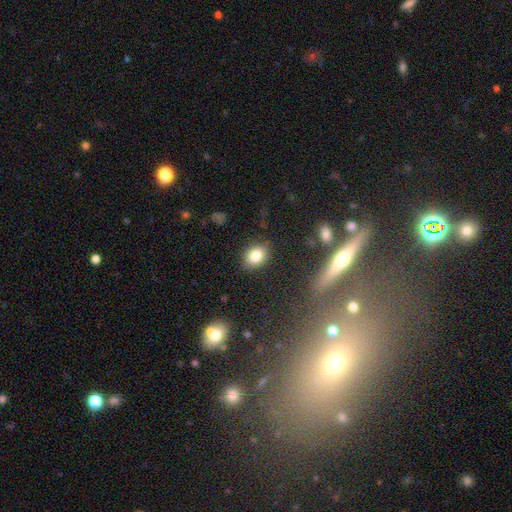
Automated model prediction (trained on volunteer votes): smooth-or-featured: smooth: 82% | star or artifact: 10% | featured or disk: 8%
  how-rounded: in between: 57% | round: 41% | cigar-shaped: 1%
  merging: none: 86% | minor disturbance: 10% | major disturbance: 3% | merger: 2%